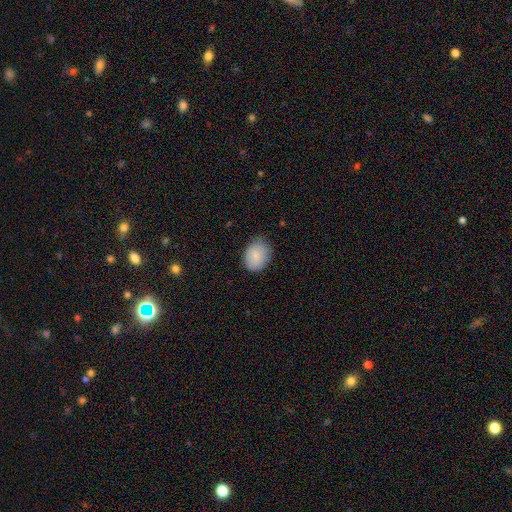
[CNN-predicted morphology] The model was most divided on "how rounded": in between: 63%, round: 36%, cigar-shaped: 1%. More confident: smooth or featured — smooth (86%); merging — none (74%).